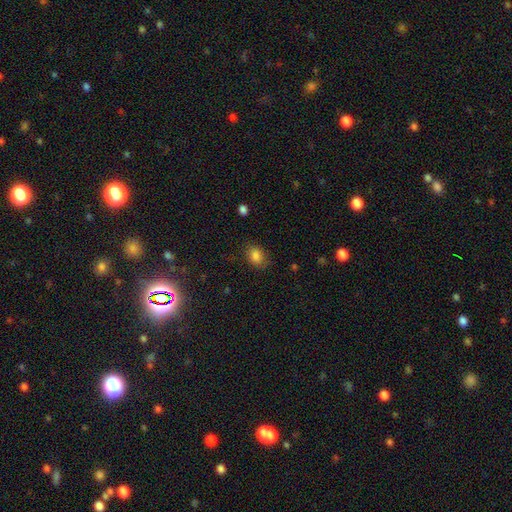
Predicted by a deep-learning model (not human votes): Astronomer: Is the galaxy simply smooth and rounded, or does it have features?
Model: smooth — 83%.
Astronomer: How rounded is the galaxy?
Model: in between — 71%.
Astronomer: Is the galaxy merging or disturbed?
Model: none — 74%.